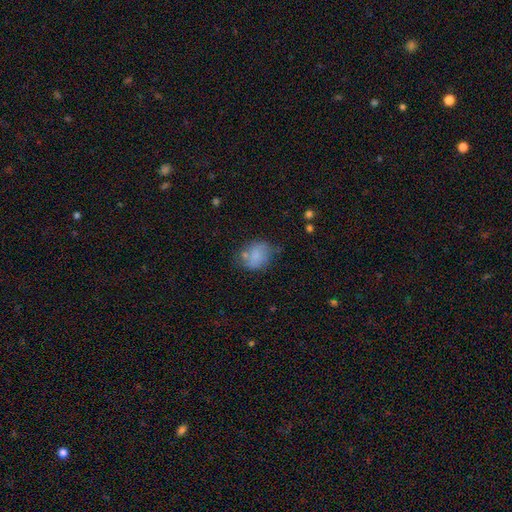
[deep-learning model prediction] This appears to be a smooth galaxy with no disk features (71%) that is in between round and cigar-shaped (52%). Merging: none (52%).